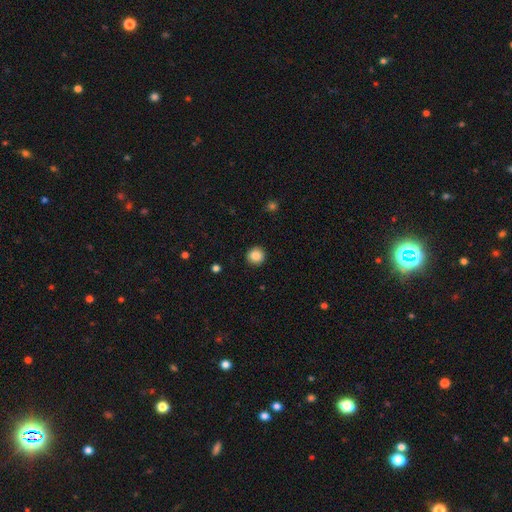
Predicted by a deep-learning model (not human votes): smooth-or-featured: smooth: 87% | star or artifact: 9% | featured or disk: 4%
  how-rounded: round: 92% | in between: 7% | cigar-shaped: 1%
  merging: none: 92% | minor disturbance: 5% | major disturbance: 2% | merger: 1%